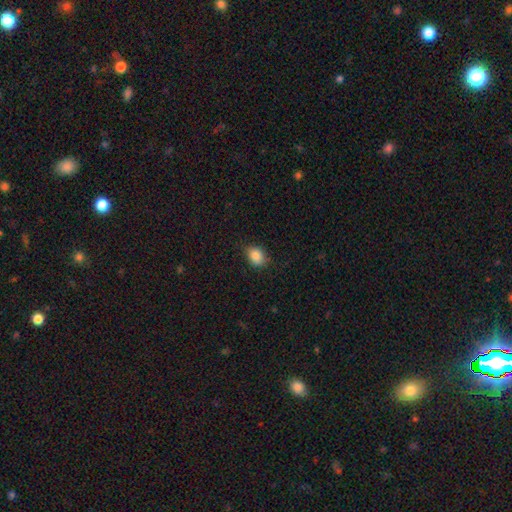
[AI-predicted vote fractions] A smooth galaxy with no disk features (87%) that is in between round and cigar-shaped (57%).

Vote fractions:
- Smooth or featured? smooth: 87% / star or artifact: 9% / featured or disk: 4%
- How rounded? in between: 57% / round: 42% / cigar-shaped: 1%
- Merging? none: 79% / minor disturbance: 17% / major disturbance: 3% / merger: 1%